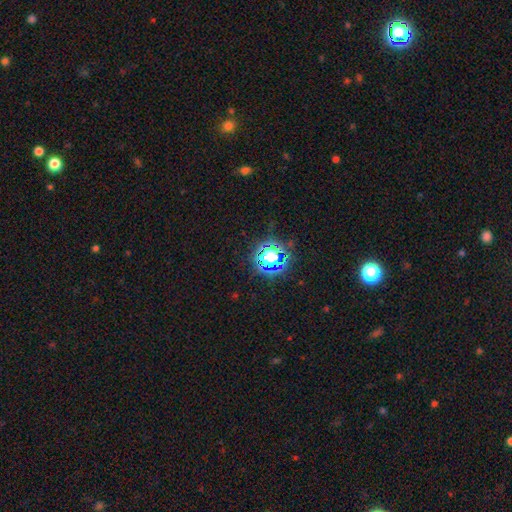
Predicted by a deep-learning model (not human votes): smooth_or_featured: star or artifact (p=0.79) [alt: smooth p=0.15]